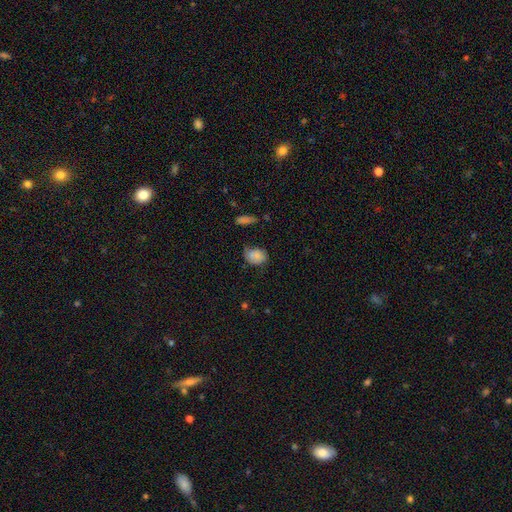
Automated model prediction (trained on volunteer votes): Morphology: type=smooth (79%); roundness=in between (71%); merging=none (56%).